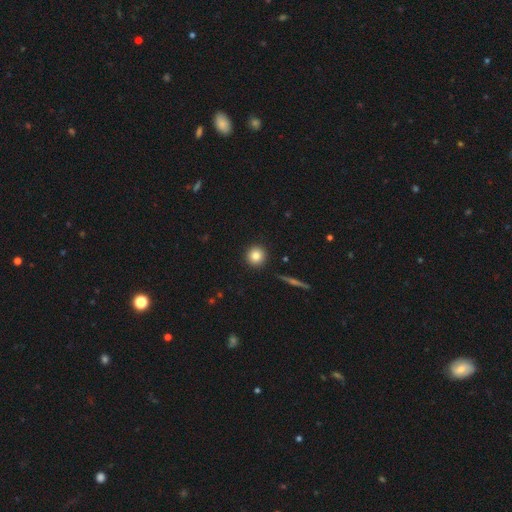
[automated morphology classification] Smooth or featured?
  - smooth: 83% *
  - star or artifact: 10%
  - featured or disk: 7%
How rounded?
  - round: 94% *
  - in between: 5%
  - cigar-shaped: 1%
Merging?
  - none: 92% *
  - minor disturbance: 5%
  - major disturbance: 2%
  - merger: 1%